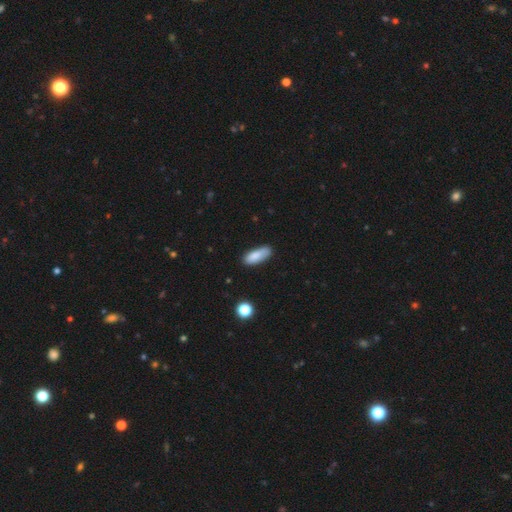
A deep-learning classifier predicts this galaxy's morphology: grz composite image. It shows a smooth galaxy with no disk features (85%) that is in between round and cigar-shaped (68%). Merging: none (72%).